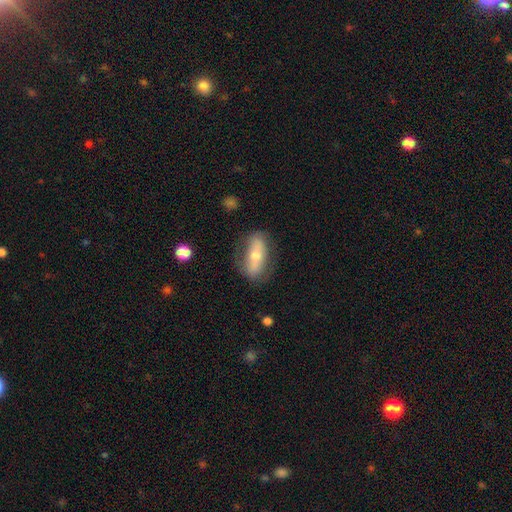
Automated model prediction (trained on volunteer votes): A featured or disk galaxy (47%).

Vote fractions:
- Smooth or featured? featured or disk: 47% / smooth: 46% / star or artifact: 7%
- Merging? none: 73% / minor disturbance: 18% / major disturbance: 7% / merger: 2%